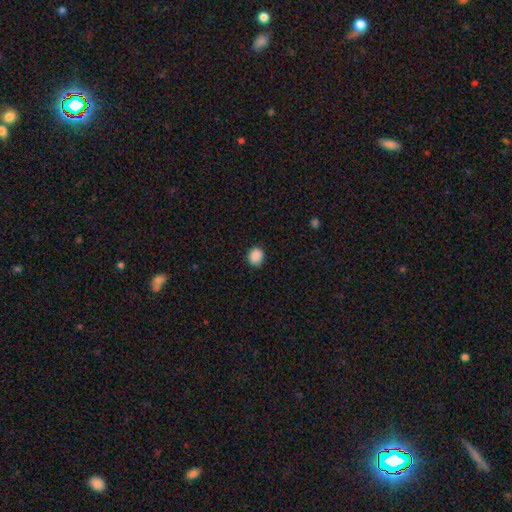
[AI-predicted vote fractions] smooth 89%, star or artifact 9%, featured or disk 2%. Down the decision tree: how rounded — round (71%); merging — none (87%).